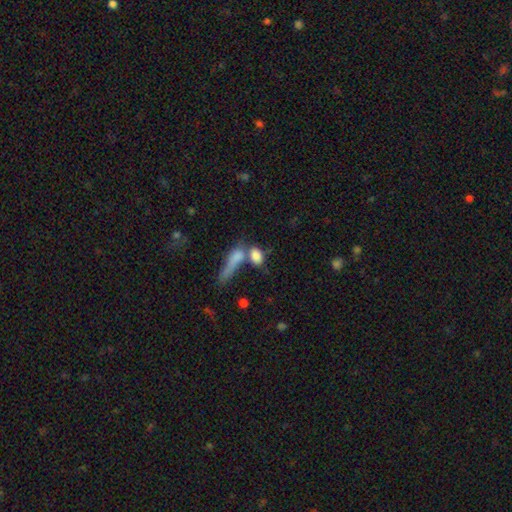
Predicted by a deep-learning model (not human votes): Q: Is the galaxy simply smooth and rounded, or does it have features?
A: smooth — 79%.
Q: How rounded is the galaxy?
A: in between — 66%.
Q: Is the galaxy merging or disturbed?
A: merger — 44%.